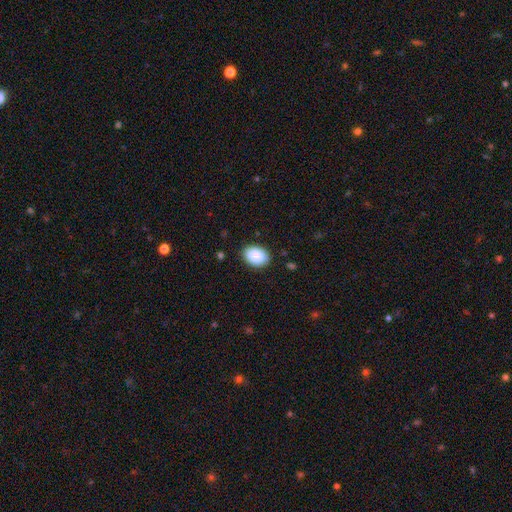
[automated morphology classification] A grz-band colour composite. It shows a smooth galaxy with no disk features (89%) that is in between round and cigar-shaped (84%). Merging: none (87%).